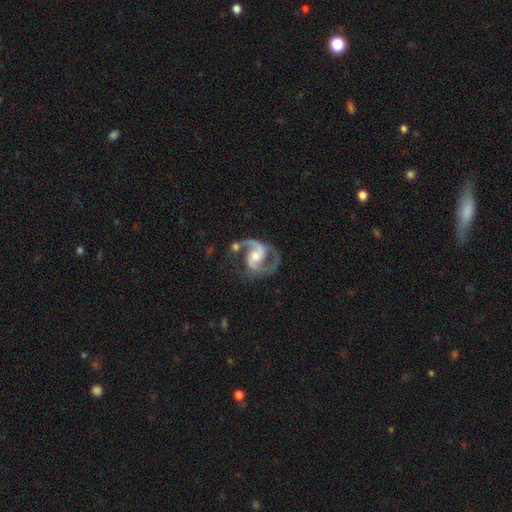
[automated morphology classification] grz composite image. It shows a featured or disk galaxy (91%) with no bar (43%), 2 (89%) medium (60%) spiral arms (97%) and a moderate central bulge (60%). Merging: none (52%).